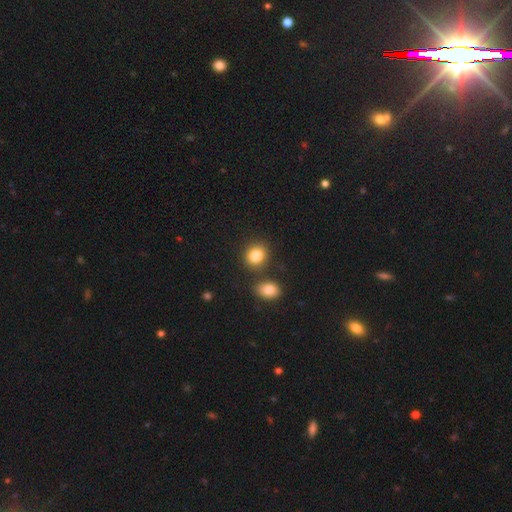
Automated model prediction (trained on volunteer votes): Q: Smooth or featured?
A: smooth (84%); runner-up: star or artifact (10%)
Q: How rounded?
A: round (64%); runner-up: in between (35%)
Q: Merging?
A: none (76%); runner-up: merger (12%)